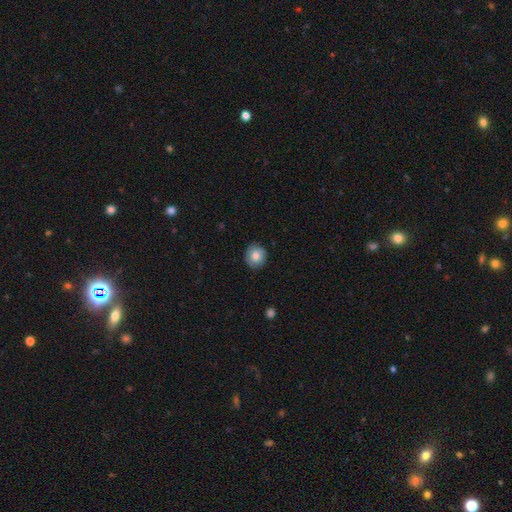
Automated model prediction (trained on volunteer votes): smooth-or-featured: smooth: 78% | featured or disk: 14% | star or artifact: 8%
  how-rounded: round: 86% | in between: 13% | cigar-shaped: 1%
  merging: none: 87% | minor disturbance: 10% | major disturbance: 2% | merger: 1%